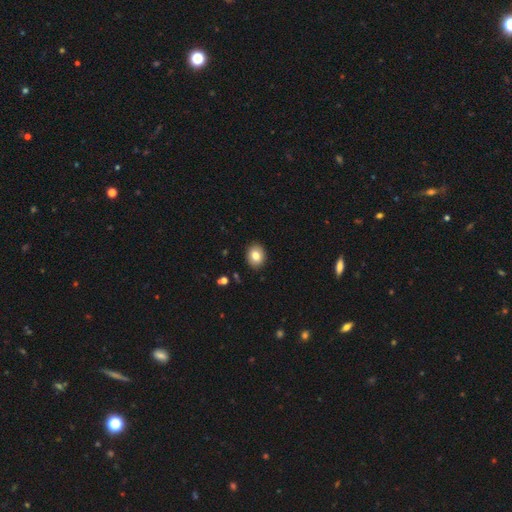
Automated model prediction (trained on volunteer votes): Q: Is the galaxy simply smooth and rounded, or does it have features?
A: smooth — 82%.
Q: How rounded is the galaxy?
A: in between — 52%.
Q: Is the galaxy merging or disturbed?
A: none — 90%.